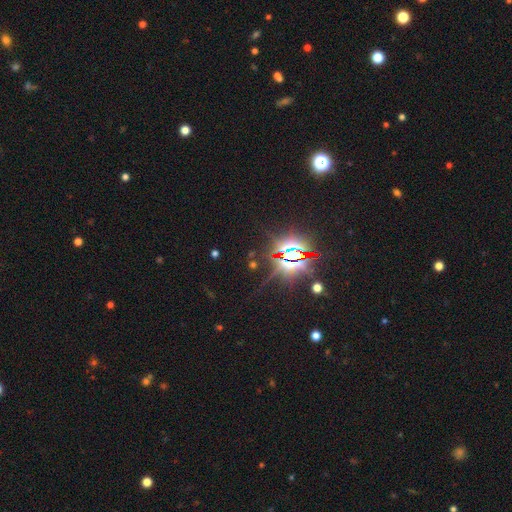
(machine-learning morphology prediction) type=star or artifact (86%).